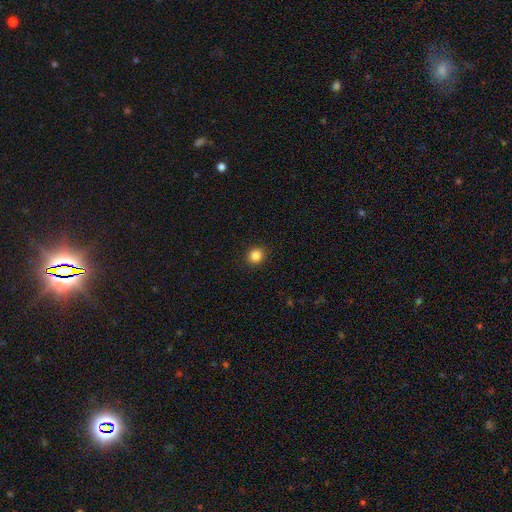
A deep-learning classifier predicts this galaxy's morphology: Smooth or featured: smooth — 85% (star or artifact — 11%)
How rounded: round — 86% (in between — 13%)
Merging: none — 92% (minor disturbance — 5%)